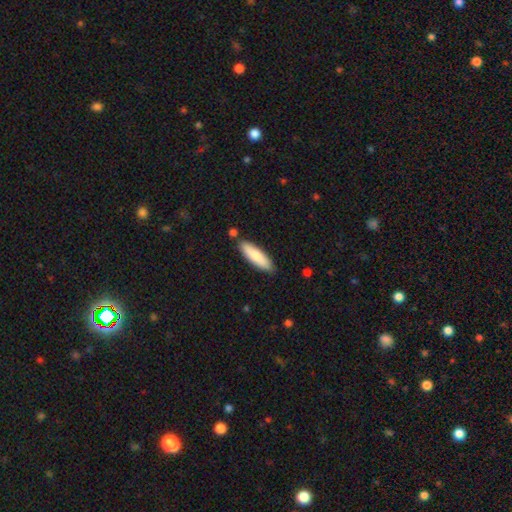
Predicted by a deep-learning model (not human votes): Q: Smooth or featured?
A: smooth (76%); runner-up: featured or disk (18%)
Q: How rounded?
A: cigar-shaped (57%); runner-up: in between (42%)
Q: Merging?
A: none (84%); runner-up: minor disturbance (11%)